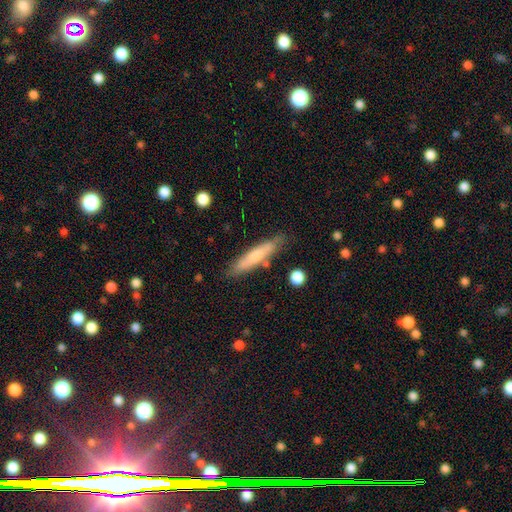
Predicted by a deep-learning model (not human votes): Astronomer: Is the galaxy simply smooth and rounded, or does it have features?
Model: smooth — 68%.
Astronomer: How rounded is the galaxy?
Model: cigar-shaped — 88%.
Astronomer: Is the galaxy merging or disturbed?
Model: none — 79%.